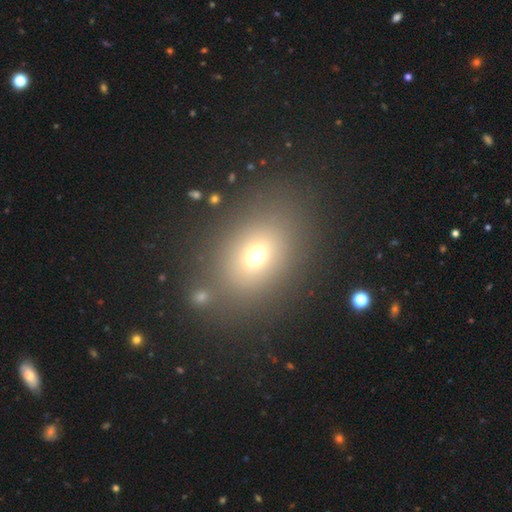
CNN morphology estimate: This appears to be a smooth galaxy with no disk features (68%) that is in between round and cigar-shaped (61%). Merging: none (76%).